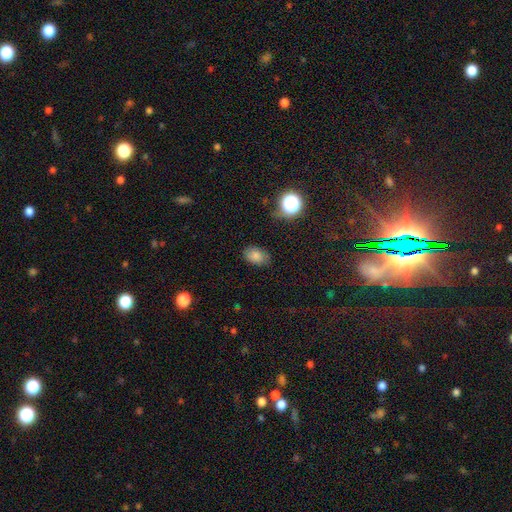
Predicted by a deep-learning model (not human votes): A smooth galaxy with no disk features (79%) that is in between round and cigar-shaped (82%). Merging: none (76%).